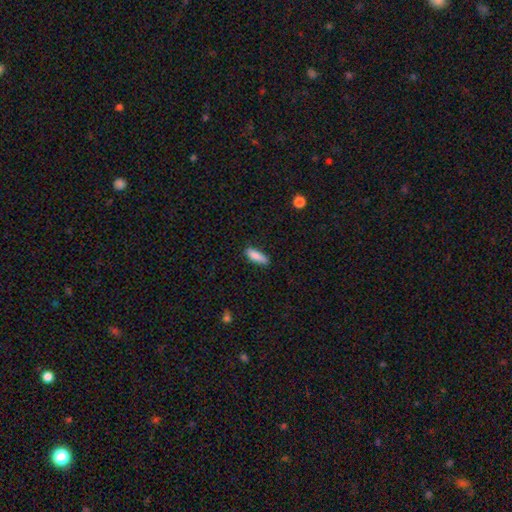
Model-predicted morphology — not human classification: A smooth galaxy with no disk features (85%) that is in between round and cigar-shaped (56%).

Vote fractions:
- Smooth or featured? smooth: 85% / featured or disk: 8% / star or artifact: 7%
- How rounded? in between: 56% / cigar-shaped: 42% / round: 2%
- Merging? none: 73% / minor disturbance: 22% / major disturbance: 4% / merger: 2%